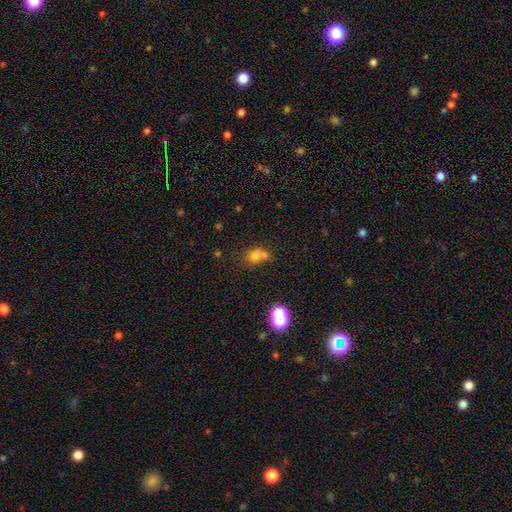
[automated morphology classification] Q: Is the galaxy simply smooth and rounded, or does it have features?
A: smooth — 71%.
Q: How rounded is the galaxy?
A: round — 67%.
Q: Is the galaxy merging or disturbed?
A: merger — 39%.